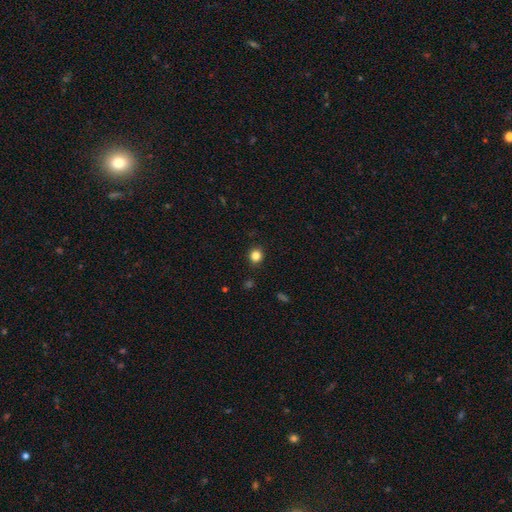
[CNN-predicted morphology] A smooth galaxy with no disk features (83%) that is round (89%).

Vote fractions:
- Smooth or featured? smooth: 83% / star or artifact: 13% / featured or disk: 4%
- How rounded? round: 89% / in between: 10% / cigar-shaped: 1%
- Merging? none: 91% / minor disturbance: 6% / major disturbance: 2% / merger: 1%